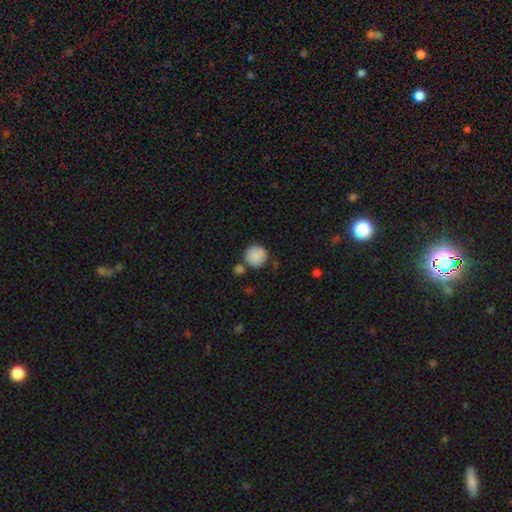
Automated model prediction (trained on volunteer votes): Smooth or featured? smooth (87%)
How rounded? round (92%)
Merging? none (65%)